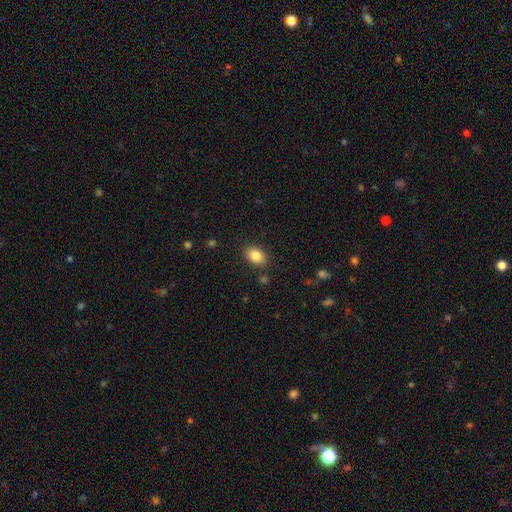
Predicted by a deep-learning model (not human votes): A smooth galaxy with no disk features (86%) that is in between round and cigar-shaped (82%). Merging: none (86%).